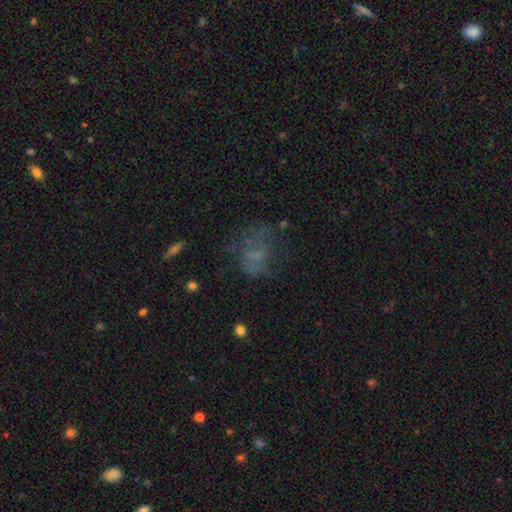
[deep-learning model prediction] This is marginally a smooth galaxy (44%). Merging: marginally none (44%).